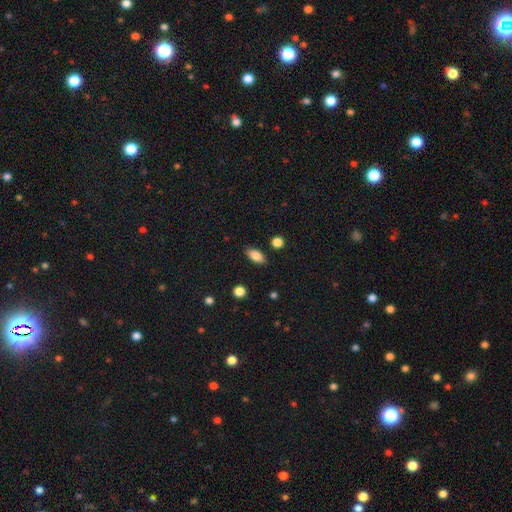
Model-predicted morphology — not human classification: Smooth or featured? smooth (85%)
How rounded? in between (87%)
Merging? none (86%)